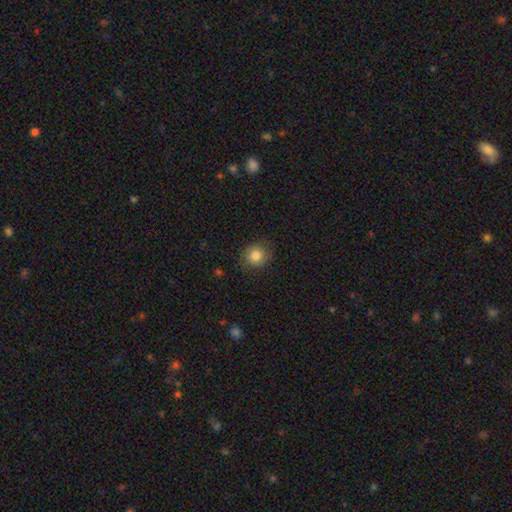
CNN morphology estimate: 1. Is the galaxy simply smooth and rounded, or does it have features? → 81% smooth, 10% star or artifact, 9% featured or disk.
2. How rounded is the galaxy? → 85% round, 14% in between, 1% cigar-shaped.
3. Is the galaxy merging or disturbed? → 83% none, 13% minor disturbance, 4% major disturbance, 1% merger.